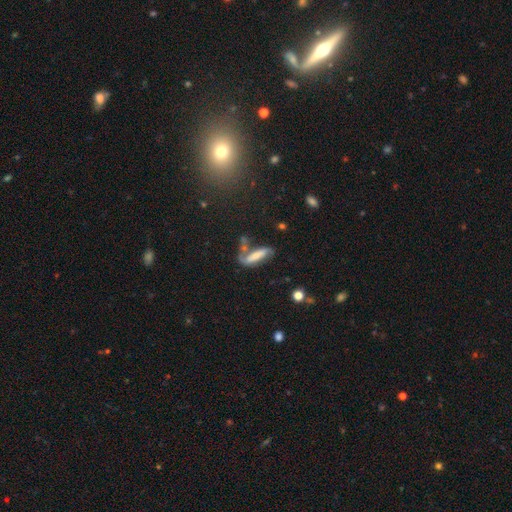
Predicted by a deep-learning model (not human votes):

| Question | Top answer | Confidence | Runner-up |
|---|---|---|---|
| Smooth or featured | smooth | 58% | featured or disk (32%) |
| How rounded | cigar-shaped | 60% | in between (38%) |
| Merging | none | 37% | minor disturbance (22%) |